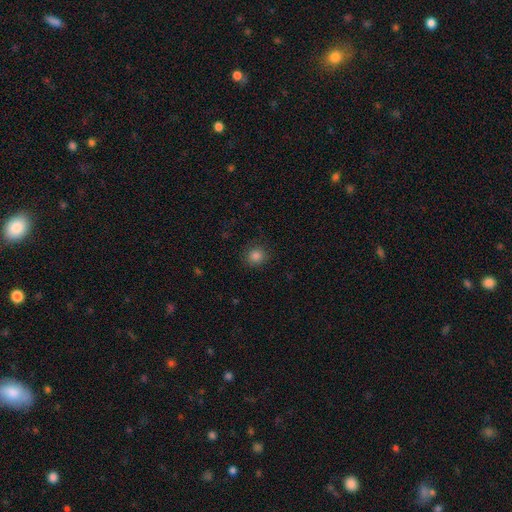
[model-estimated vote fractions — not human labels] This is clearly a smooth galaxy (84%). How rounded: clearly round (89%). Merging: clearly none (87%).